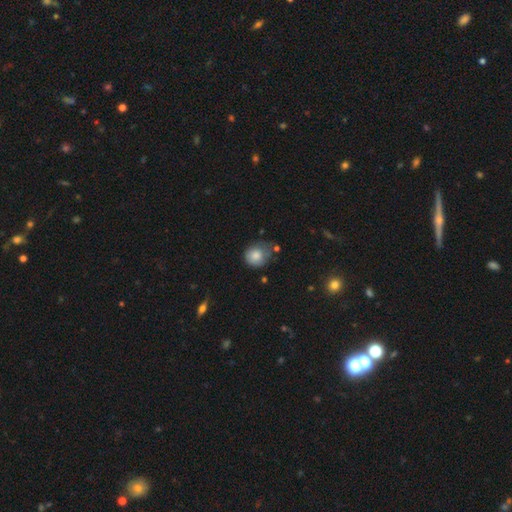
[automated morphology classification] Smooth or featured?
  - smooth: 81% *
  - featured or disk: 11%
  - star or artifact: 8%
How rounded?
  - round: 77% *
  - in between: 22%
  - cigar-shaped: 1%
Merging?
  - none: 52% *
  - minor disturbance: 33%
  - major disturbance: 9%
  - merger: 5%